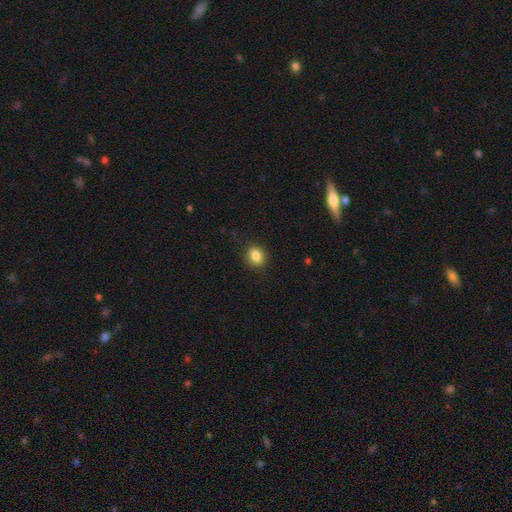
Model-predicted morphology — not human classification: Smooth or featured? smooth (85%)
How rounded? round (51%)
Merging? none (88%)